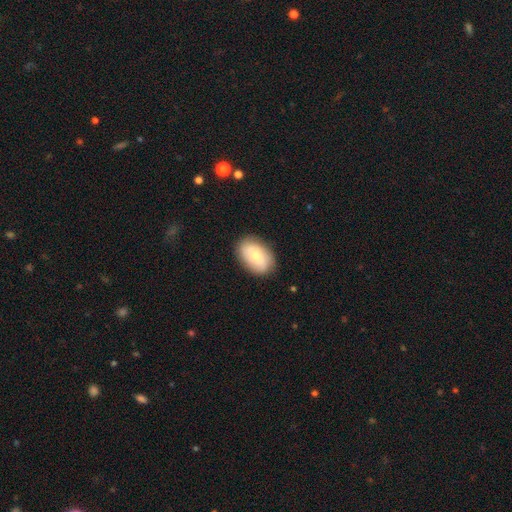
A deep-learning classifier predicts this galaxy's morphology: A smooth galaxy with no disk features (71%) that is in between round and cigar-shaped (89%).

Vote fractions:
- Smooth or featured? smooth: 71% / featured or disk: 22% / star or artifact: 7%
- How rounded? in between: 89% / round: 10% / cigar-shaped: 1%
- Merging? none: 84% / minor disturbance: 12% / major disturbance: 3% / merger: 1%